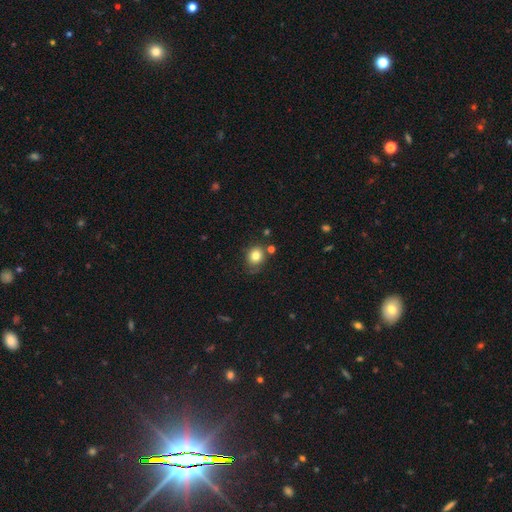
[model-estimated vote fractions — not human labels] This is clearly a smooth galaxy (81%). How rounded: likely round (68%). Merging: likely none (72%).